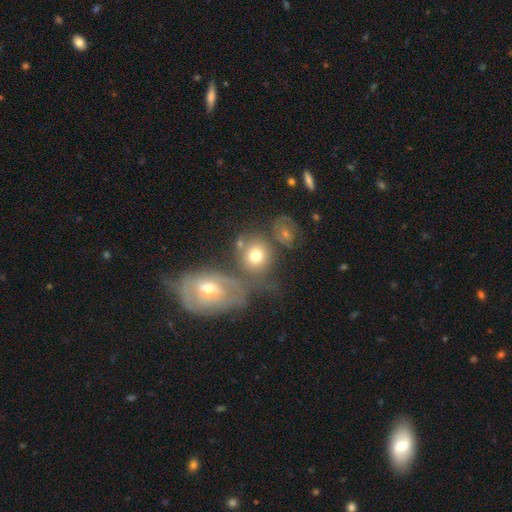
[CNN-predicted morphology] Smooth or featured: smooth — 68% (featured or disk — 22%)
How rounded: round — 73% (in between — 25%)
Merging: none — 43% (merger — 36%)